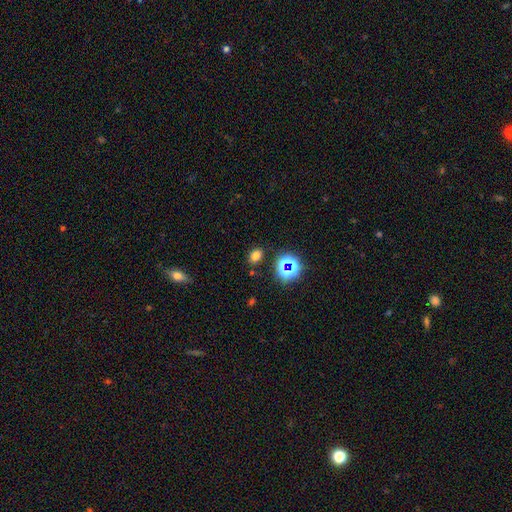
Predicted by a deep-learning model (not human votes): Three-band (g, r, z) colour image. It shows a smooth galaxy with no disk features (70%) that is in between round and cigar-shaped (70%). Merging: none (82%).